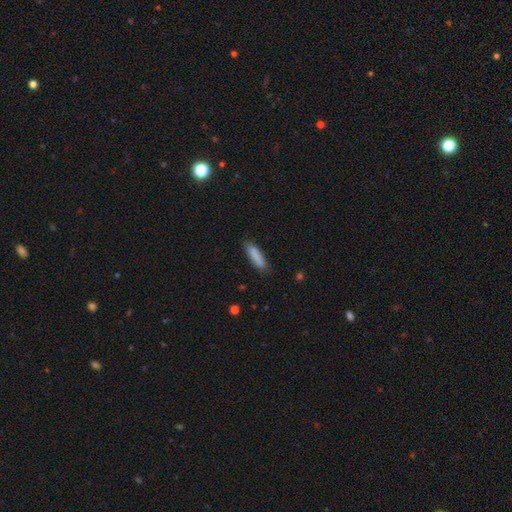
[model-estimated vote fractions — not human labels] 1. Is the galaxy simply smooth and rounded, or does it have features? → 87% smooth, 7% featured or disk, 6% star or artifact.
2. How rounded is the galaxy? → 68% cigar-shaped, 31% in between, 1% round.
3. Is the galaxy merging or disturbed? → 82% none, 14% minor disturbance, 2% major disturbance, 1% merger.